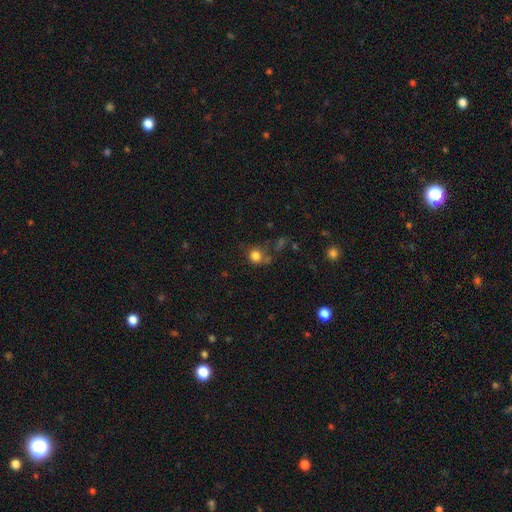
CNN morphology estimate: The model was most divided on "merging": none: 55%, minor disturbance: 19%, merger: 14%, major disturbance: 13%. More confident: how rounded — round (82%); smooth or featured — smooth (79%).